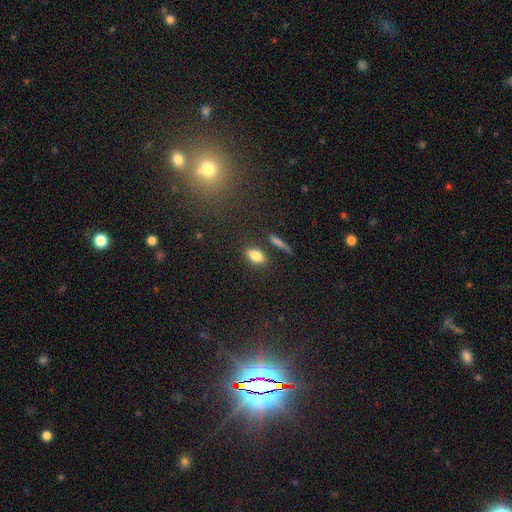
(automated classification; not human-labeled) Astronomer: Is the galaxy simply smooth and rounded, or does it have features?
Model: smooth — 82%.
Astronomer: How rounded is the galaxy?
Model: in between — 83%.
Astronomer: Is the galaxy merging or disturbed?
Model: none — 81%.